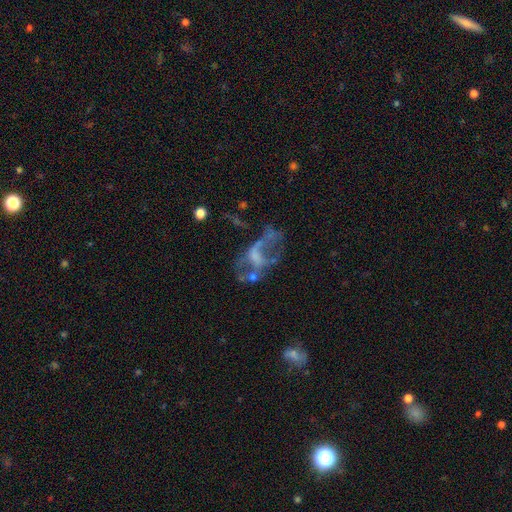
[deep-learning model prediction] Smooth or featured?
  - featured or disk: 64% *
  - smooth: 20%
  - star or artifact: 17%
Edge-on disk?
  - no: 96% *
  - yes: 4%
Bar?
  - no: 68% *
  - weak: 23%
  - strong: 8%
Spiral arms?
  - no: 75% *
  - yes: 25%
Bulge size?
  - none: 56% *
  - small: 21%
  - moderate: 17%
  - large: 4%
  - dominant: 1%
Merging?
  - major disturbance: 40% *
  - none: 31%
  - merger: 16%
  - minor disturbance: 13%